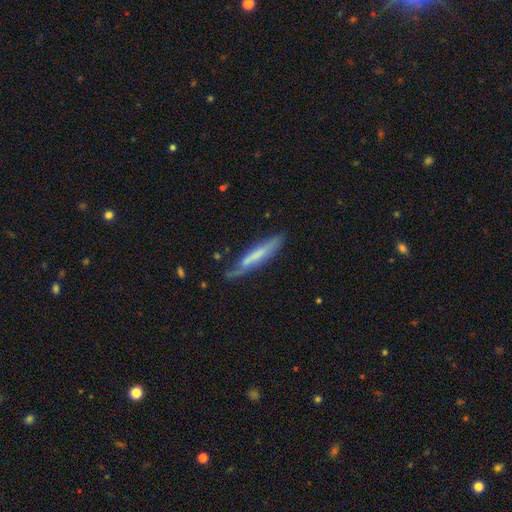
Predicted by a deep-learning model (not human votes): smooth 50%, featured or disk 44%, star or artifact 6%. Down the decision tree: how rounded — cigar-shaped (90%); merging — none (60%).